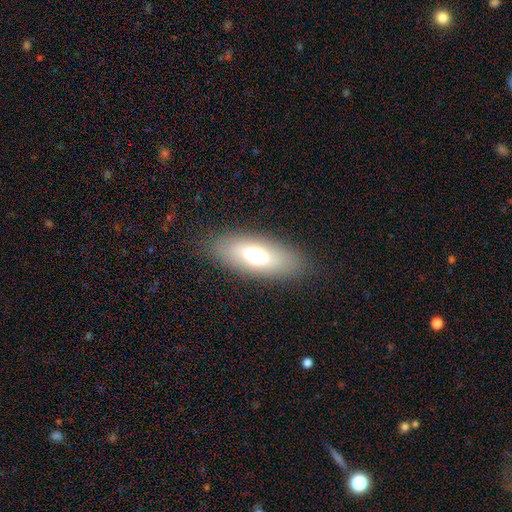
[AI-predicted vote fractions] Overall: smooth (63%; featured or disk 26%). How rounded: in between (78%). Merging: none (84%).